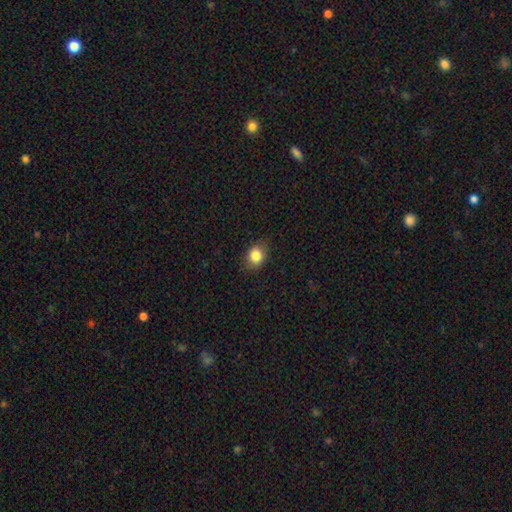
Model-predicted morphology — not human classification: A smooth galaxy with no disk features (84%) that is round (55%).

Vote fractions:
- Smooth or featured? smooth: 84% / star or artifact: 10% / featured or disk: 6%
- How rounded? round: 55% / in between: 44% / cigar-shaped: 1%
- Merging? none: 82% / minor disturbance: 14% / major disturbance: 3% / merger: 1%